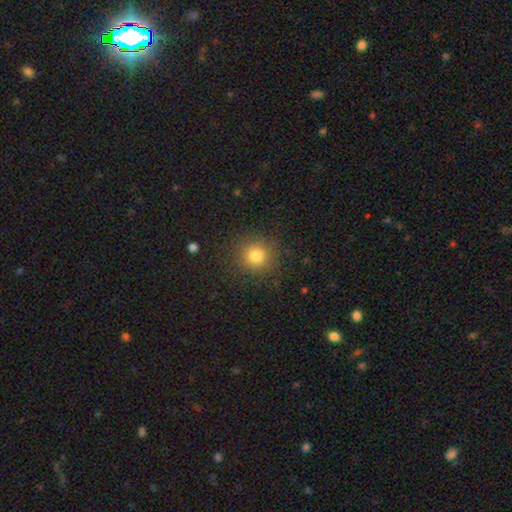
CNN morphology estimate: Smooth or featured? Predicted: smooth (p=0.81). How rounded? Predicted: round (p=0.92). Merging? Predicted: none (p=0.87).